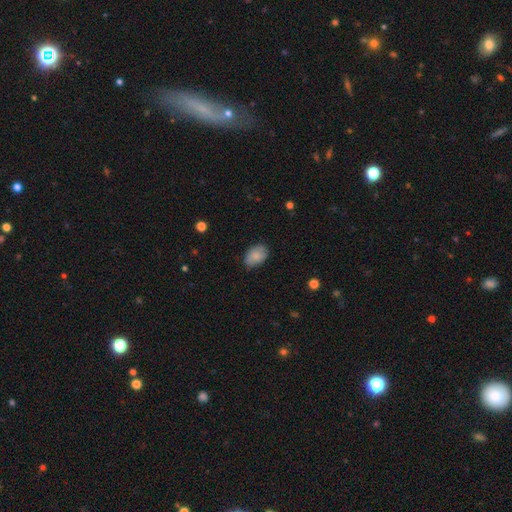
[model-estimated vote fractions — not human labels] This appears to be a smooth galaxy with no disk features (86%) that is in between round and cigar-shaped (86%). Merging: none (79%).